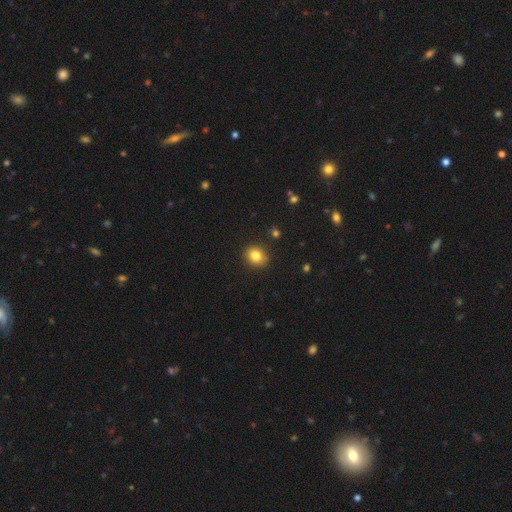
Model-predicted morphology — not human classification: Smooth or featured: smooth — 83% (star or artifact — 11%)
How rounded: round — 66% (in between — 33%)
Merging: none — 88% (minor disturbance — 9%)